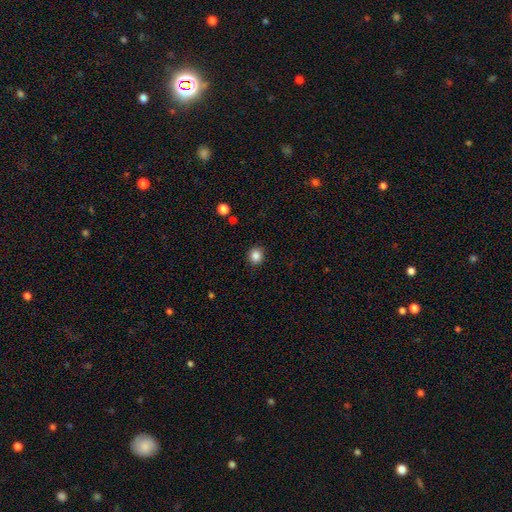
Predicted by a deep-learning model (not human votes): Overall: smooth (86%). How rounded: round (82%). Merging: none (90%).